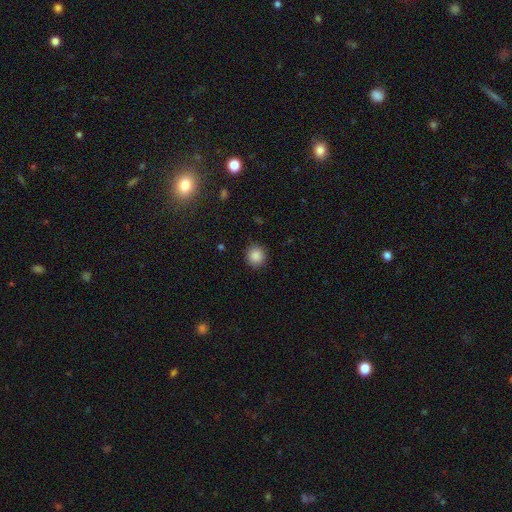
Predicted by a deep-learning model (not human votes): smooth_or_featured: smooth (p=0.87) [alt: star or artifact p=0.09]
how_rounded: round (p=0.90) [alt: in between p=0.09]
merging: none (p=0.89) [alt: minor disturbance p=0.08]